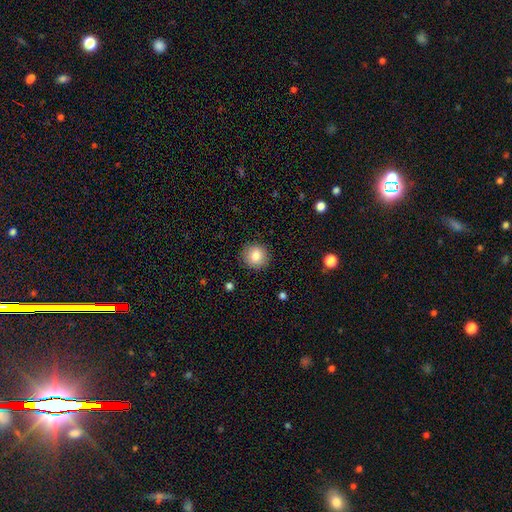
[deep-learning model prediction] smooth_or_featured: smooth (p=0.84) [alt: star or artifact p=0.09]
how_rounded: round (p=0.91) [alt: in between p=0.08]
merging: none (p=0.90) [alt: minor disturbance p=0.07]